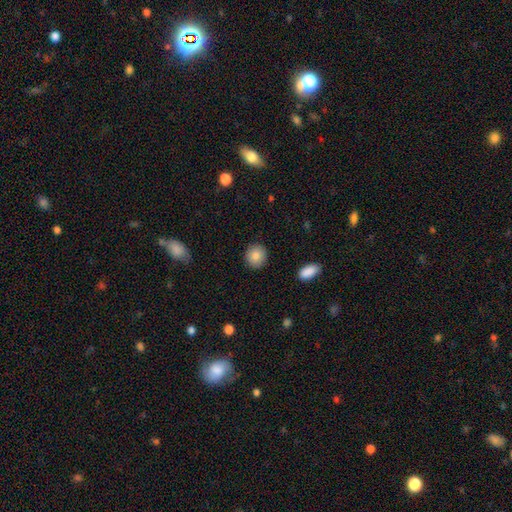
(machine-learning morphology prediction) Smooth or featured: smooth — 86% (star or artifact — 8%)
How rounded: round — 84% (in between — 14%)
Merging: none — 90% (minor disturbance — 6%)